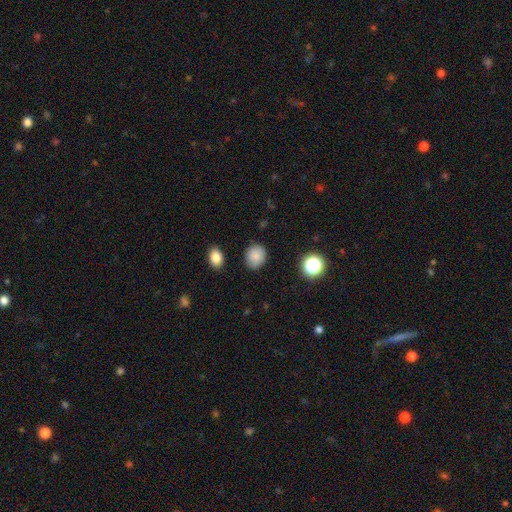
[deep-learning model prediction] The model was most divided on "how rounded": round: 62%, in between: 38%, cigar-shaped: 1%. More confident: smooth or featured — smooth (85%); merging — none (83%).